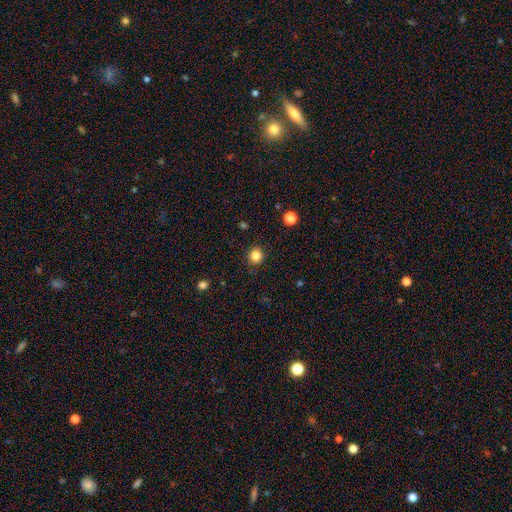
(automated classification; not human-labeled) Q: Smooth or featured?
A: smooth (84%); runner-up: star or artifact (12%)
Q: How rounded?
A: round (90%); runner-up: in between (9%)
Q: Merging?
A: none (90%); runner-up: minor disturbance (7%)